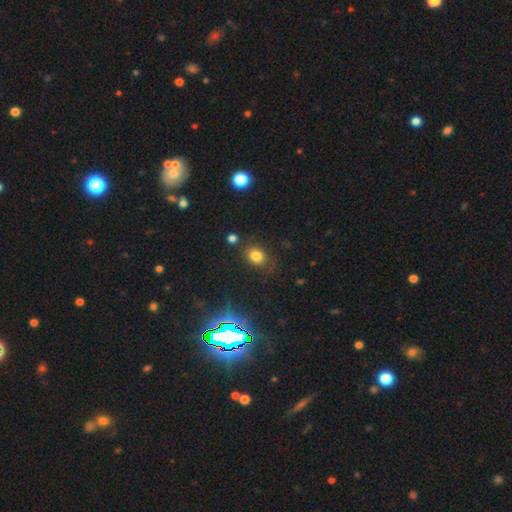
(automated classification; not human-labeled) smooth_or_featured: smooth (p=0.75) [alt: star or artifact p=0.17]
how_rounded: in between (p=0.52) [alt: round p=0.47]
merging: none (p=0.77) [alt: minor disturbance p=0.14]